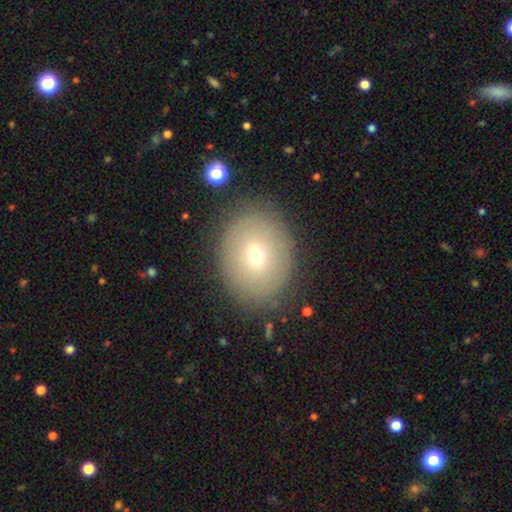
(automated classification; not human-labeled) Smooth or featured?
  - smooth: 63% *
  - featured or disk: 25%
  - star or artifact: 12%
How rounded?
  - round: 50% *
  - in between: 49%
  - cigar-shaped: 1%
Merging?
  - none: 84% *
  - minor disturbance: 11%
  - major disturbance: 4%
  - merger: 2%